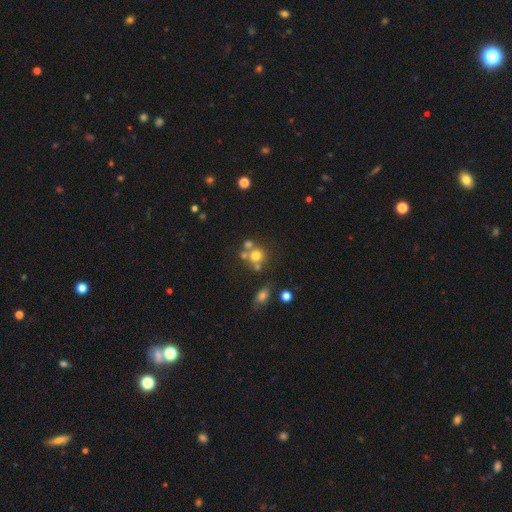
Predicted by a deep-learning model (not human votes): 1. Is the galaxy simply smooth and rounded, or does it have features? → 66% smooth, 17% featured or disk, 17% star or artifact.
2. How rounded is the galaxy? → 84% round, 14% in between, 1% cigar-shaped.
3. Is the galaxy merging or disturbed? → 51% none, 34% merger, 10% minor disturbance, 5% major disturbance.